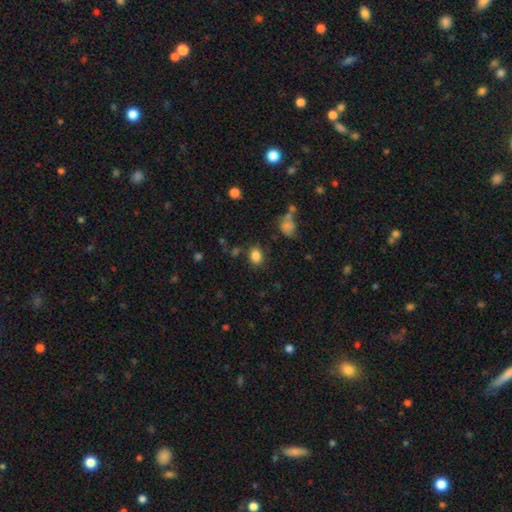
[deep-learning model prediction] smooth 84%, star or artifact 11%, featured or disk 5%. Down the decision tree: how rounded — in between (69%); merging — none (80%).